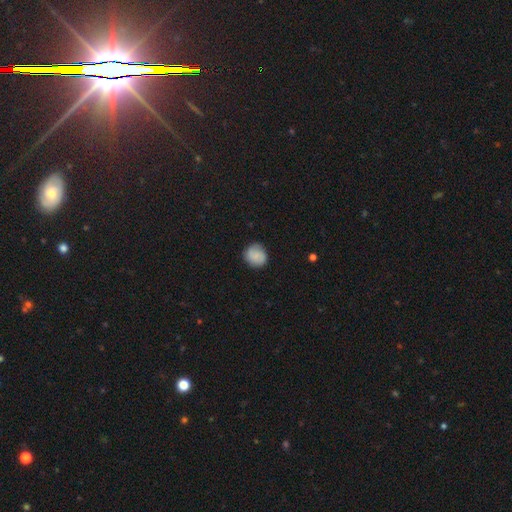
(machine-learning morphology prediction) A smooth galaxy with no disk features (78%) that is round (85%).

Vote fractions:
- Smooth or featured? smooth: 78% / featured or disk: 14% / star or artifact: 8%
- How rounded? round: 85% / in between: 14% / cigar-shaped: 1%
- Merging? none: 82% / minor disturbance: 14% / major disturbance: 3% / merger: 1%